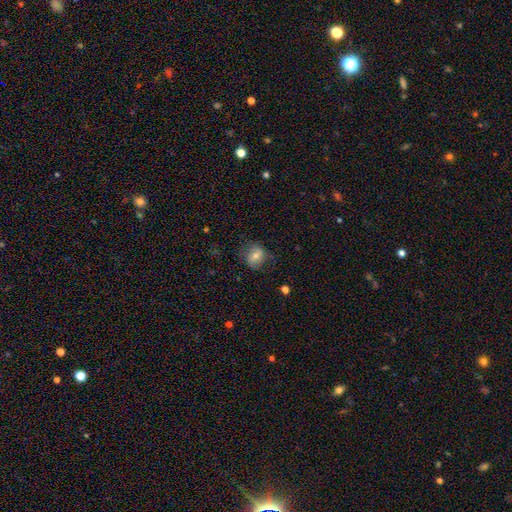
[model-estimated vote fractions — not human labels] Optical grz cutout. It shows a smooth galaxy with no disk features (67%) that is round (61%). Merging: none (68%).